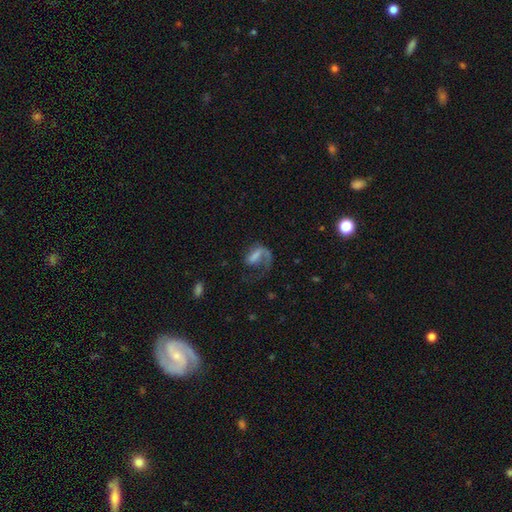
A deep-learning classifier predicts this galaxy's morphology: featured or disk 51%, smooth 39%, star or artifact 11%. Down the decision tree: edge-on disk — no (95%); merging — major disturbance (52%).